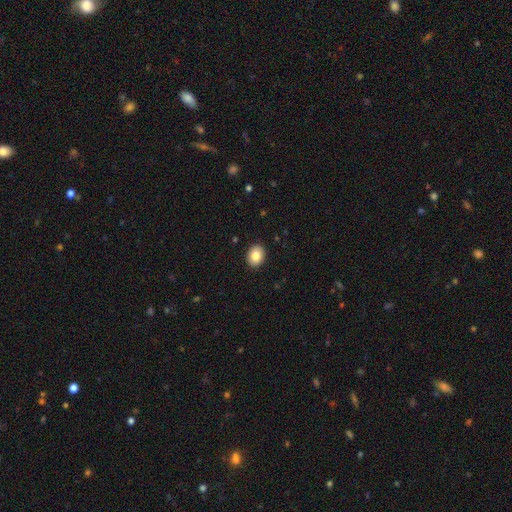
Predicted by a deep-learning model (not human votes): smooth 84%, star or artifact 8%, featured or disk 8%. Down the decision tree: how rounded — in between (60%); merging — none (91%).